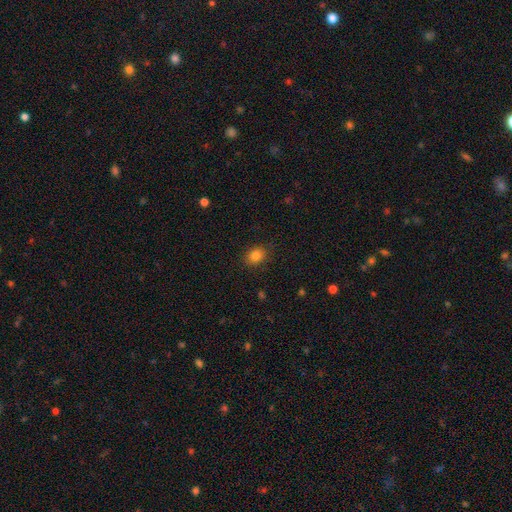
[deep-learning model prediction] Smooth or featured? Predicted: smooth (p=0.83). How rounded? Predicted: round (p=0.52). Merging? Predicted: none (p=0.86).